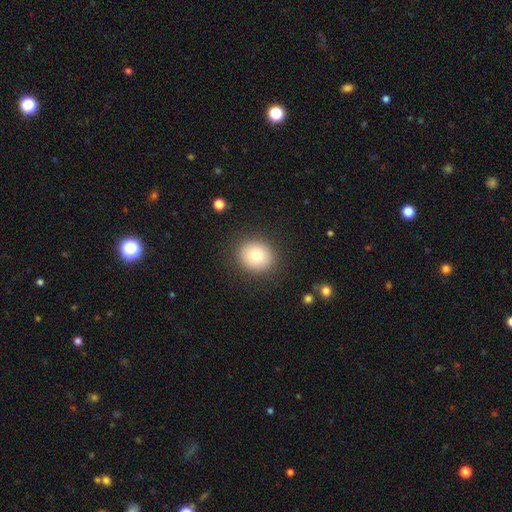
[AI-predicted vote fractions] This is likely a smooth galaxy (78%). How rounded: clearly round (80%). Merging: clearly none (88%).